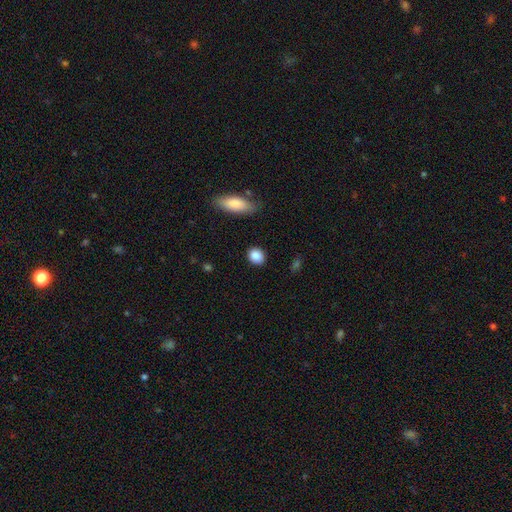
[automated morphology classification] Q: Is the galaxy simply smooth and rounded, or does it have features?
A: smooth — 88%.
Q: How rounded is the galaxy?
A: round — 59%.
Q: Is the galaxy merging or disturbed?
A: none — 87%.